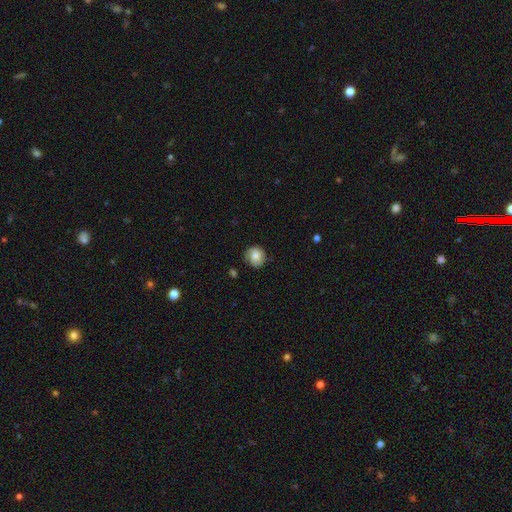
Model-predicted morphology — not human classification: This appears to be a smooth galaxy with no disk features (69%) that is round (86%). Merging: none (72%).